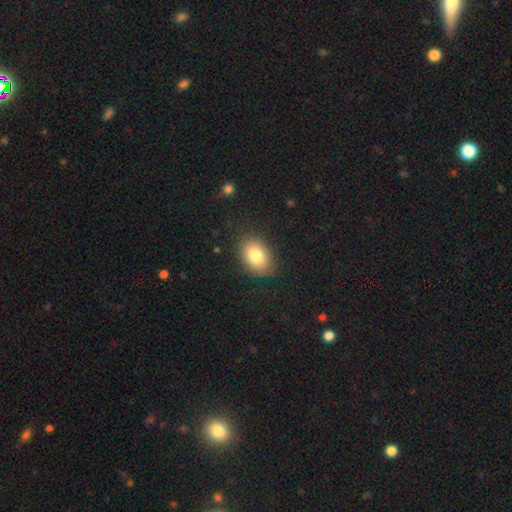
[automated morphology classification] smooth 81%, featured or disk 11%, star or artifact 8%. Down the decision tree: how rounded — in between (77%); merging — none (84%).